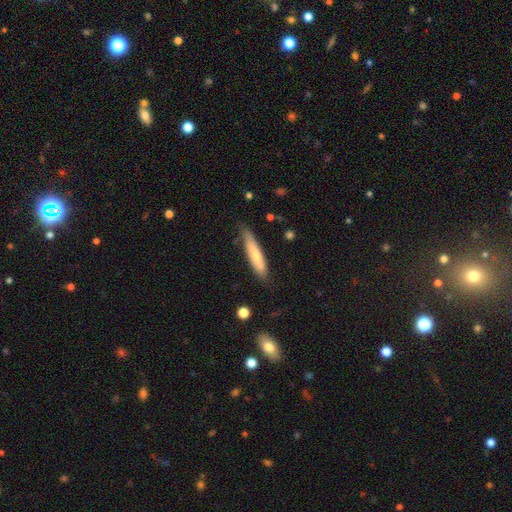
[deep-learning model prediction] A smooth galaxy with no disk features (70%) that is cigar-shaped (85%). Merging: none (74%).